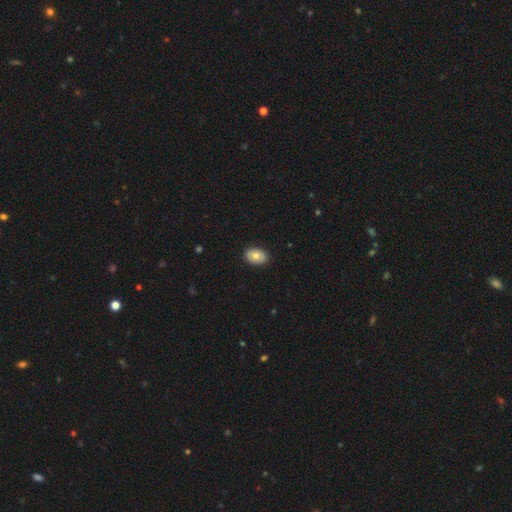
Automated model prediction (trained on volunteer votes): A smooth galaxy with no disk features (77%) that is in between round and cigar-shaped (83%).

Vote fractions:
- Smooth or featured? smooth: 77% / featured or disk: 16% / star or artifact: 7%
- How rounded? in between: 83% / round: 16% / cigar-shaped: 1%
- Merging? none: 88% / minor disturbance: 9% / major disturbance: 2% / merger: 1%